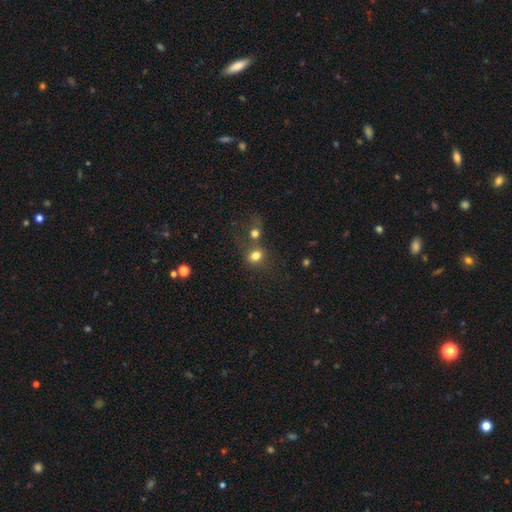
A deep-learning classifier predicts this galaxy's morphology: A smooth galaxy with no disk features (76%) that is round (61%).

Vote fractions:
- Smooth or featured? smooth: 76% / star or artifact: 15% / featured or disk: 9%
- How rounded? round: 61% / in between: 37% / cigar-shaped: 1%
- Merging? none: 47% / merger: 36% / minor disturbance: 11% / major disturbance: 7%